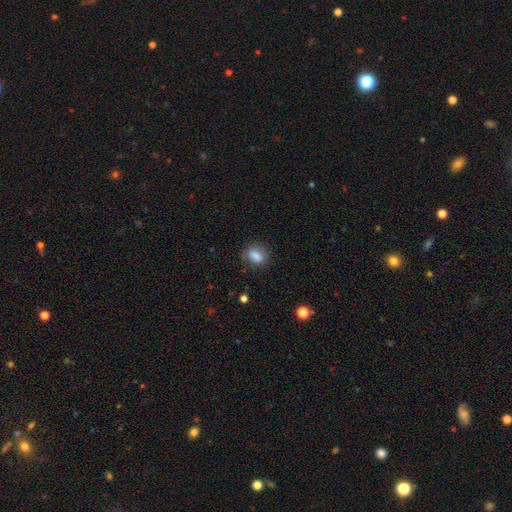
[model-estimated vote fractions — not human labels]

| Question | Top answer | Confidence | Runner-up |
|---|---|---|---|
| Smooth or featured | smooth | 83% | star or artifact (9%) |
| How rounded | in between | 68% | round (29%) |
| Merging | none | 75% | minor disturbance (18%) |